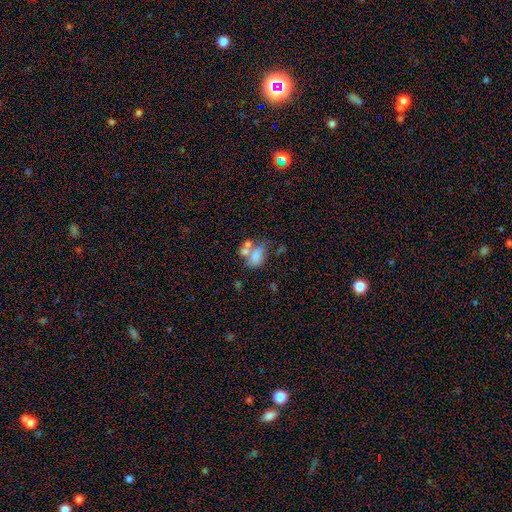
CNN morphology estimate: This appears to be a smooth galaxy with no disk features (64%) that is in between round and cigar-shaped (79%). Merging: merger (52%).